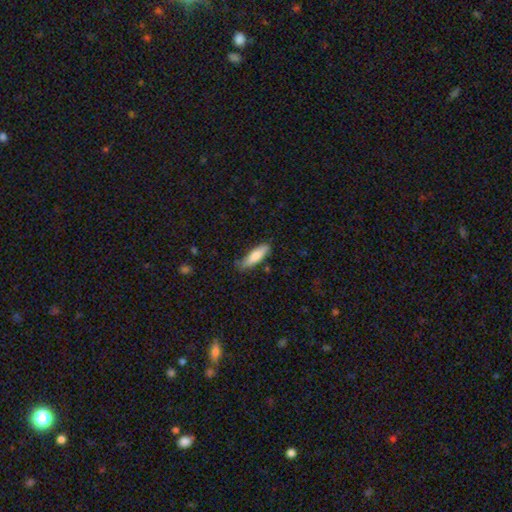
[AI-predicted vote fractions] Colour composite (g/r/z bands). It shows a smooth galaxy with no disk features (77%) that is cigar-shaped (61%). Merging: none (74%).